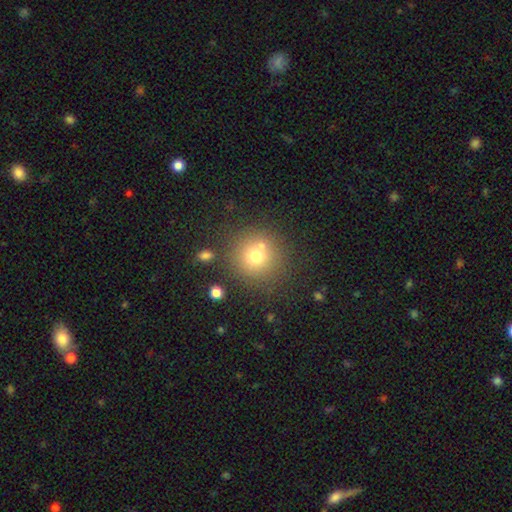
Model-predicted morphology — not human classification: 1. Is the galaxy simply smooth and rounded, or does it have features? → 71% smooth, 15% star or artifact, 14% featured or disk.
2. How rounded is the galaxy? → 91% round, 8% in between, 1% cigar-shaped.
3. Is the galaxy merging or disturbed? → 72% none, 13% merger, 10% minor disturbance, 4% major disturbance.